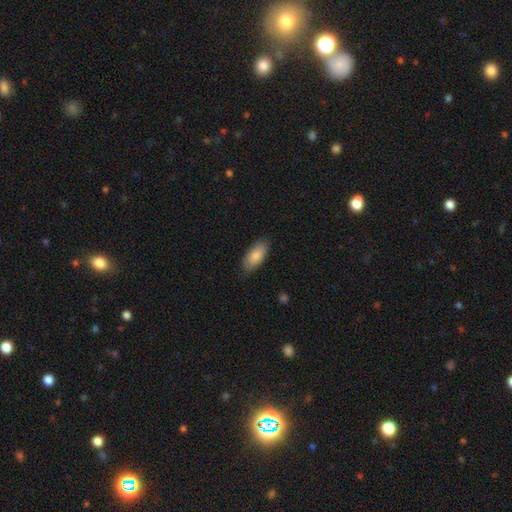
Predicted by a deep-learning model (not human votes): Morphology: type=smooth (86%); roundness=in between (89%); merging=none (84%).